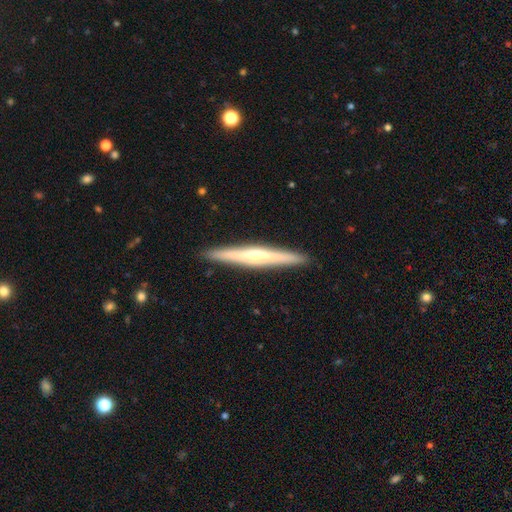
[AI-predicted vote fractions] This is likely a featured or disk galaxy (71%). It is clearly viewed edge-on (97%). Edge-on bulge: likely rounded (78%). Merging: clearly none (92%).